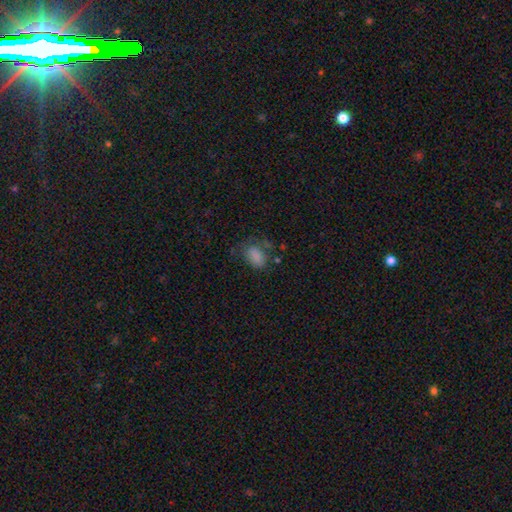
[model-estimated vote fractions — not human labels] Smooth or featured?
  - smooth: 80% *
  - star or artifact: 11%
  - featured or disk: 8%
How rounded?
  - in between: 86% *
  - round: 12%
  - cigar-shaped: 2%
Merging?
  - none: 53% *
  - minor disturbance: 26%
  - major disturbance: 17%
  - merger: 5%